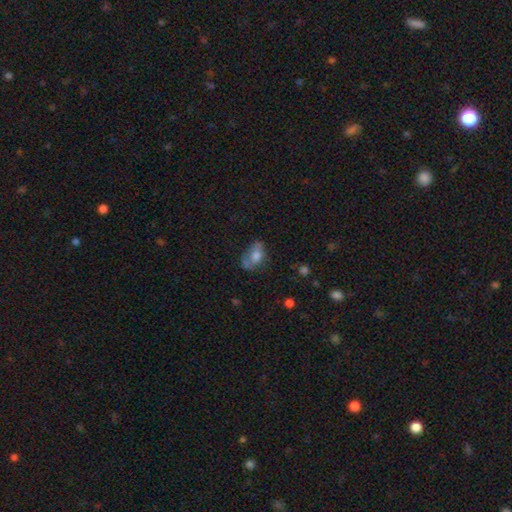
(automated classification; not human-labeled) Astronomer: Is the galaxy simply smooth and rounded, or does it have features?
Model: smooth — 60%.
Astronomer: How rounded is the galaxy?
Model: in between — 81%.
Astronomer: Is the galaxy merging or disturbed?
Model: none — 41% (runner-up: minor disturbance, 30%).